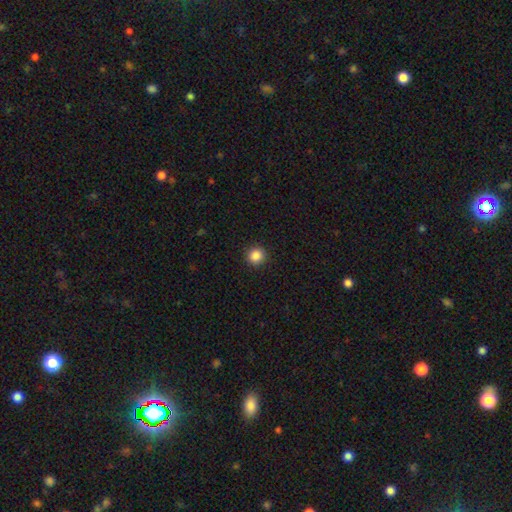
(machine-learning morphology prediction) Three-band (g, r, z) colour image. It shows a smooth galaxy with no disk features (86%) that is round (93%). Merging: none (93%).